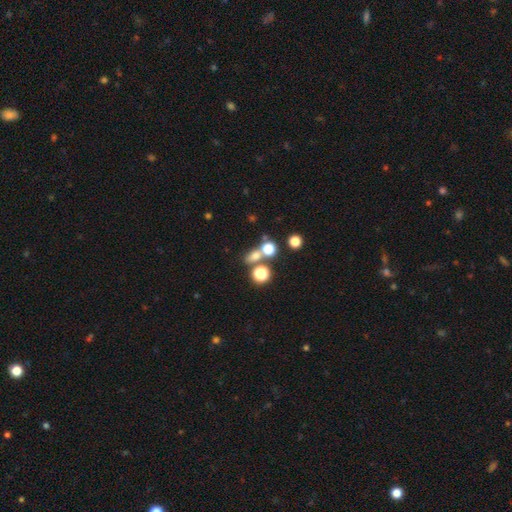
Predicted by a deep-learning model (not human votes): Morphology: type=smooth (64%); roundness=round (56%); merging=none (53%).